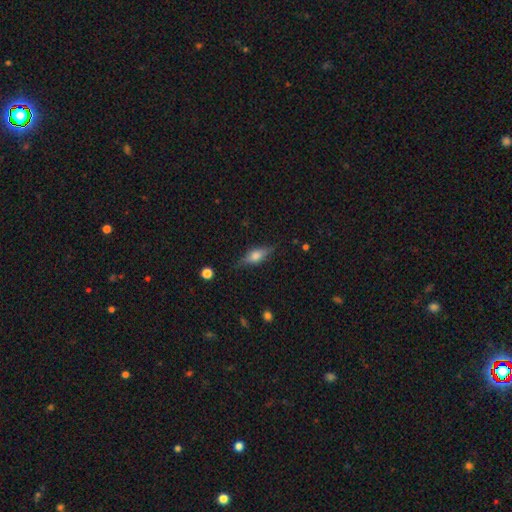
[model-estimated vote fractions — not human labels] Smooth or featured? smooth (48%)
Merging? none (79%)